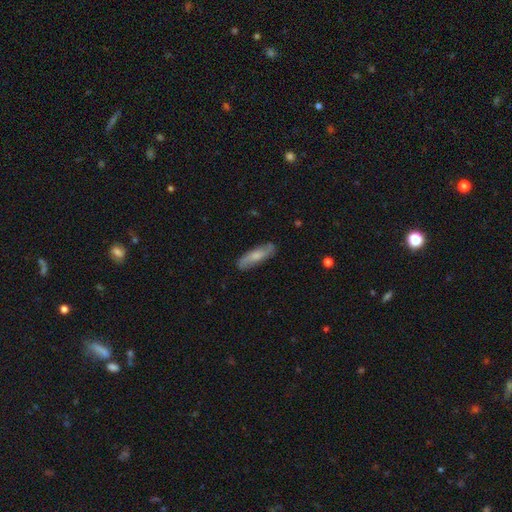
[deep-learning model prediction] smooth-or-featured: smooth: 52% | featured or disk: 42% | star or artifact: 6%
  how-rounded: cigar-shaped: 62% | in between: 36% | round: 2%
  merging: none: 83% | minor disturbance: 13% | major disturbance: 3% | merger: 1%